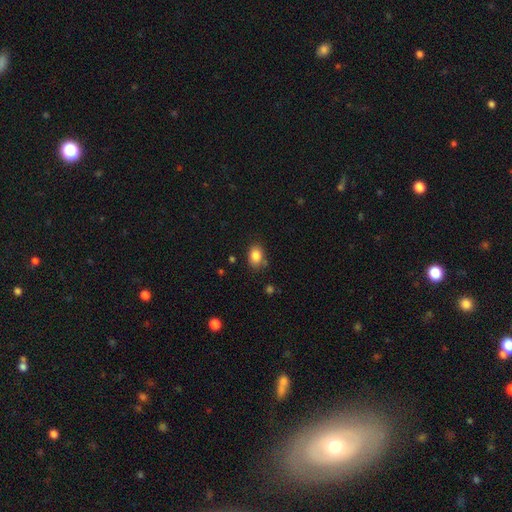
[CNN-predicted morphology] smooth_or_featured: smooth (p=0.84) [alt: star or artifact p=0.09]
how_rounded: in between (p=0.68) [alt: round p=0.31]
merging: none (p=0.77) [alt: minor disturbance p=0.16]